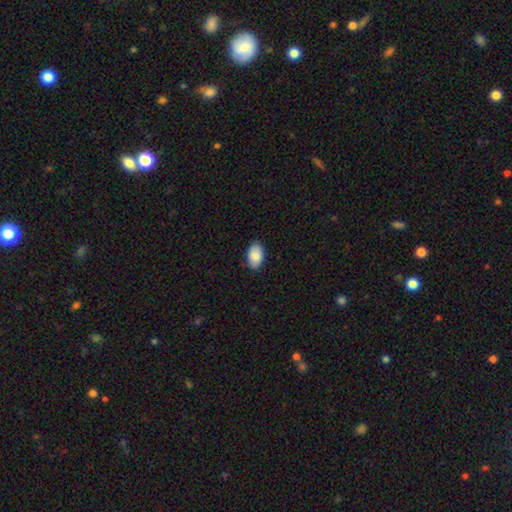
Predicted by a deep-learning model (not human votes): Q: Smooth or featured?
A: smooth (85%); runner-up: featured or disk (9%)
Q: How rounded?
A: in between (93%); runner-up: round (6%)
Q: Merging?
A: none (85%); runner-up: minor disturbance (12%)